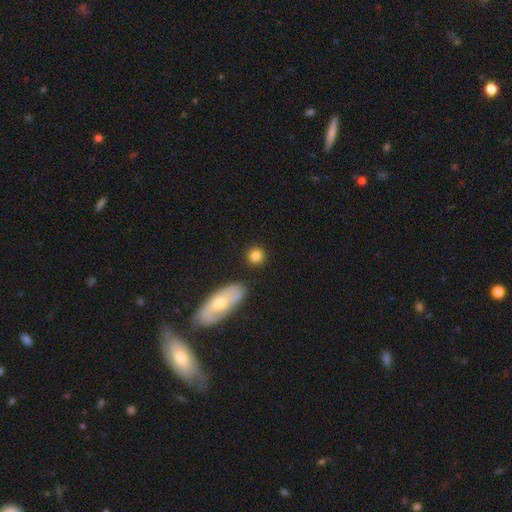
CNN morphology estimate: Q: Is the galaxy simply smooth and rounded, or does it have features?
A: smooth — 83%.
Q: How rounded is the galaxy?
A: round — 90%.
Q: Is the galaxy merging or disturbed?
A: none — 86%.